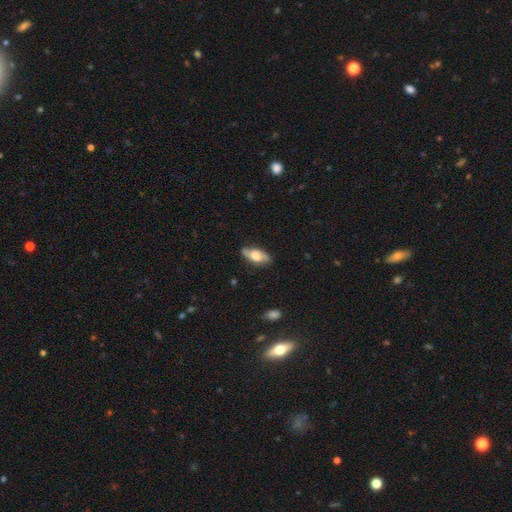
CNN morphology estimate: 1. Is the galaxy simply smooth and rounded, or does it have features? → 49% smooth, 44% featured or disk, 7% star or artifact.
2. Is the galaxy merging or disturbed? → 77% none, 18% minor disturbance, 4% major disturbance, 2% merger.